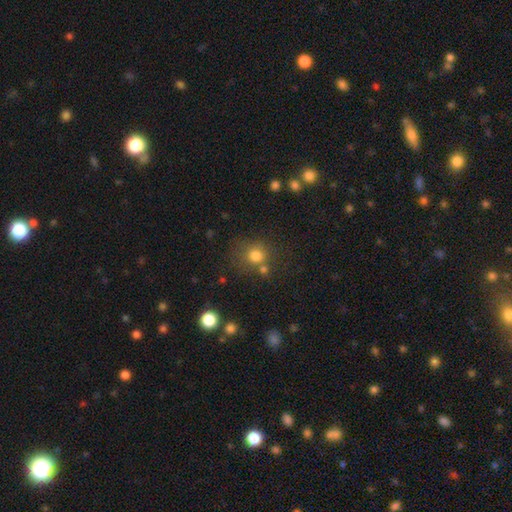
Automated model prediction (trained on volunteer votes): Morphology: type=smooth (77%); roundness=round (83%); merging=none (63%).